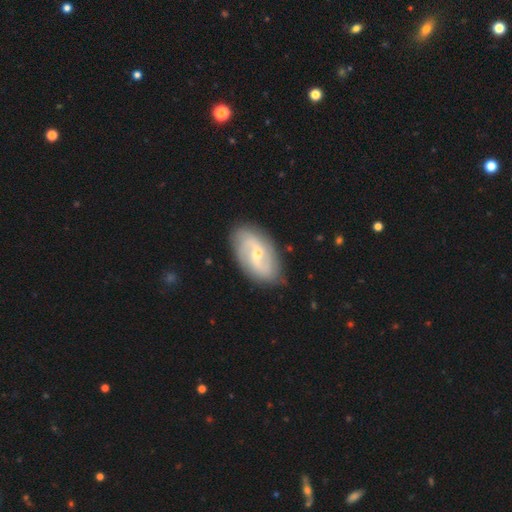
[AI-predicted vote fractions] Morphology: type=featured or disk (80%); edge-on=no (95%); bar=weak (49%); spiral arms=yes (91%); winding=loose (47%); arm count=2 (83%); bulge=small (51%); merging=none (84%).